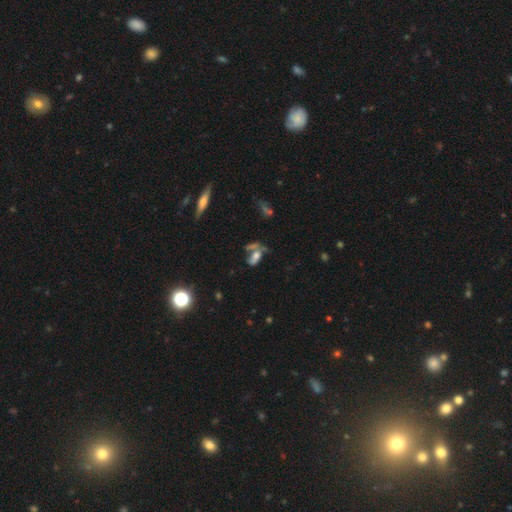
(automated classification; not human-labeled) Smooth or featured: smooth — 48% (featured or disk — 36%)
Merging: merger — 37% (none — 28%)